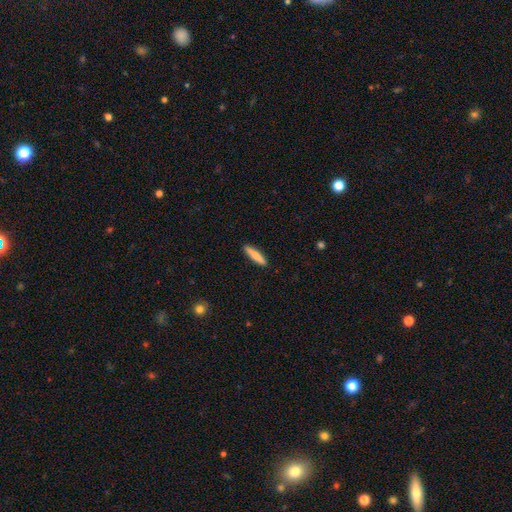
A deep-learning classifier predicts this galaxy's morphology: type=smooth (76%); roundness=cigar-shaped (85%); merging=none (91%).